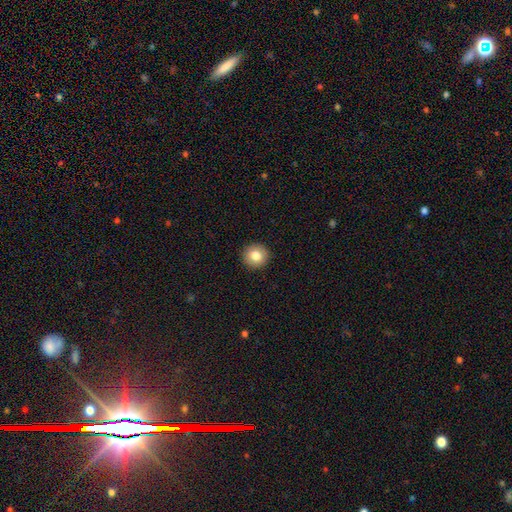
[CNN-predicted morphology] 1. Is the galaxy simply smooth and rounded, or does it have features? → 82% smooth, 9% star or artifact, 8% featured or disk.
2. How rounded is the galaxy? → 94% round, 5% in between, 1% cigar-shaped.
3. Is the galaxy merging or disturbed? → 93% none, 5% minor disturbance, 1% major disturbance, 1% merger.